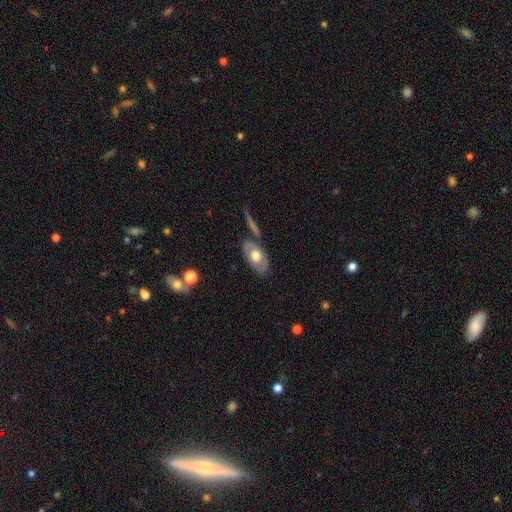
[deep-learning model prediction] The model was most divided on "smooth or featured": smooth: 54%, featured or disk: 40%, star or artifact: 6%. More confident: how rounded — in between (91%); merging — none (72%).